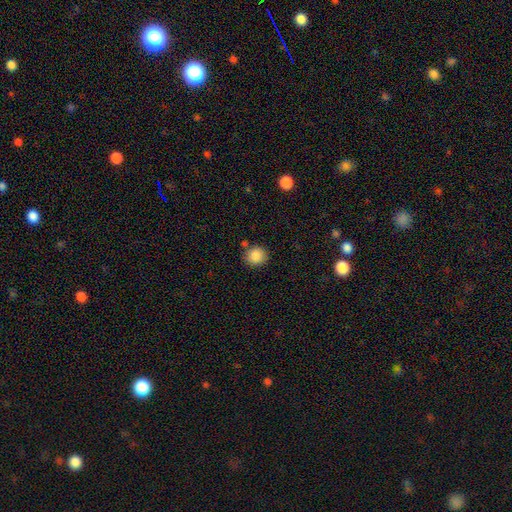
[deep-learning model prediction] A smooth galaxy with no disk features (87%) that is round (84%). Merging: none (81%).